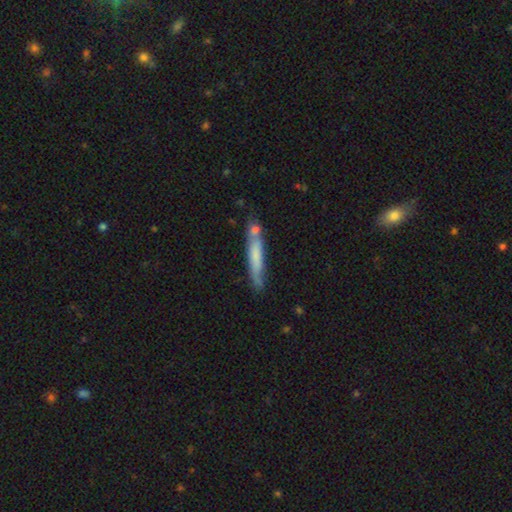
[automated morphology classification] This is likely a smooth galaxy (62%). How rounded: clearly cigar-shaped (92%). Merging: likely none (63%).